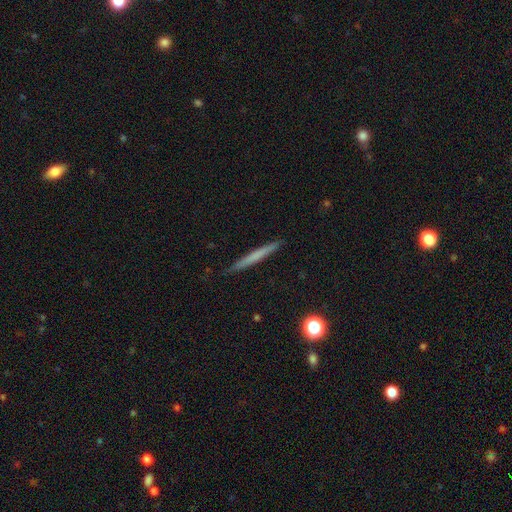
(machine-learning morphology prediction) The model was most divided on "smooth or featured": smooth: 58%, featured or disk: 35%, star or artifact: 7%. More confident: how rounded — cigar-shaped (96%); merging — none (90%).